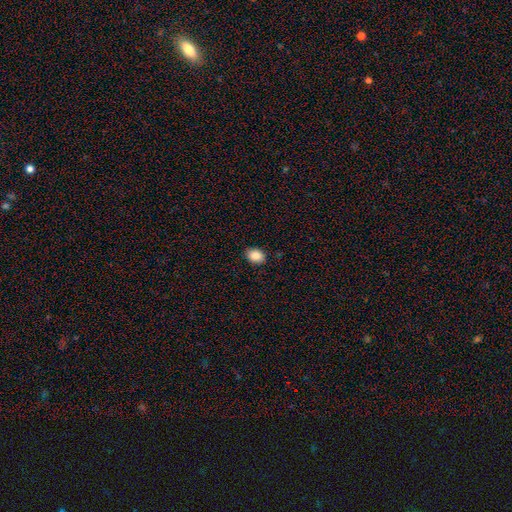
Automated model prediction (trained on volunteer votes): Smooth or featured? smooth (86%)
How rounded? in between (69%)
Merging? none (88%)